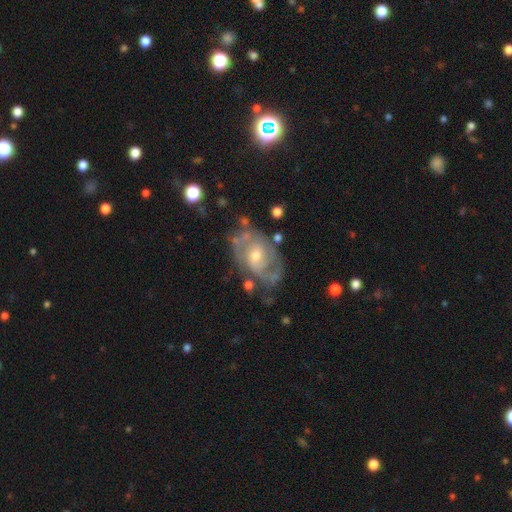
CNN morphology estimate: Overall: featured or disk (82%). Edge-on disk: no (97%). Bar: no (54%; weak 39%). Spiral arms: yes (88%). Spiral arm count: 2 (59%; can't tell 24%). Spiral winding: tight (44%; medium 42%). Bulge size: moderate (55%; small 39%). Merging: none (58%; minor disturbance 24%).